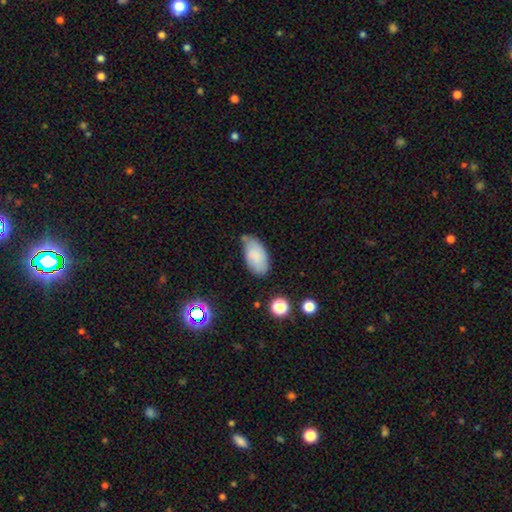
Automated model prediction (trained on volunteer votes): Overall: smooth (80%). How rounded: in between (95%). Merging: none (54%; minor disturbance 35%).